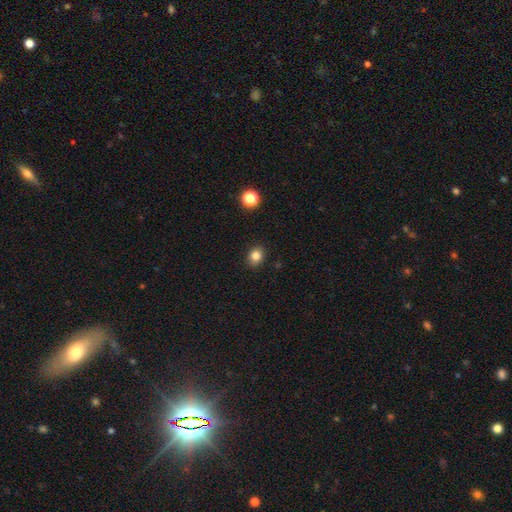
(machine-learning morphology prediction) Smooth or featured?
  - smooth: 82% *
  - star or artifact: 12%
  - featured or disk: 6%
How rounded?
  - round: 60% *
  - in between: 39%
  - cigar-shaped: 1%
Merging?
  - none: 88% *
  - minor disturbance: 8%
  - major disturbance: 2%
  - merger: 1%